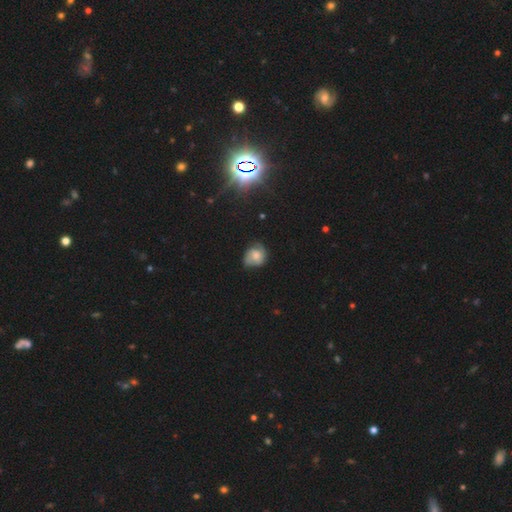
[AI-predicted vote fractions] smooth_or_featured: featured or disk (p=0.46) [alt: smooth p=0.45]
merging: none (p=0.60) [alt: minor disturbance p=0.29]